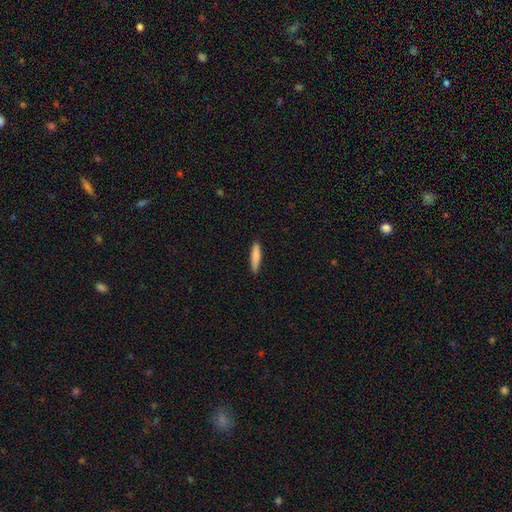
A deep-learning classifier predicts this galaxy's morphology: This appears to be a smooth galaxy with no disk features (80%) that is cigar-shaped (87%). Merging: none (86%).